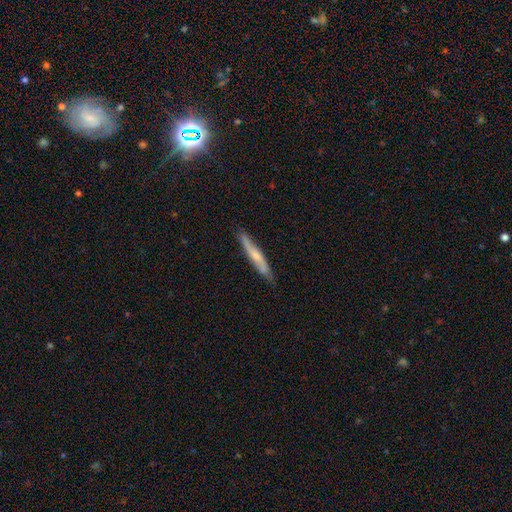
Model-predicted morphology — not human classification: Overall: featured or disk (48%; smooth 47%). Merging: none (78%).